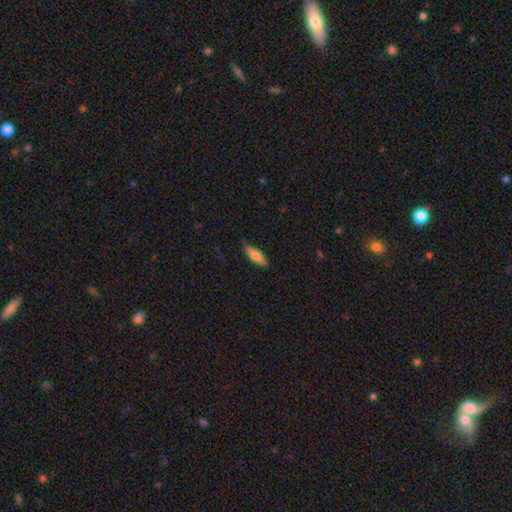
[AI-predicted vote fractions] Smooth or featured? Predicted: smooth (p=0.75). How rounded? Predicted: in between (p=0.62). Merging? Predicted: none (p=0.82).